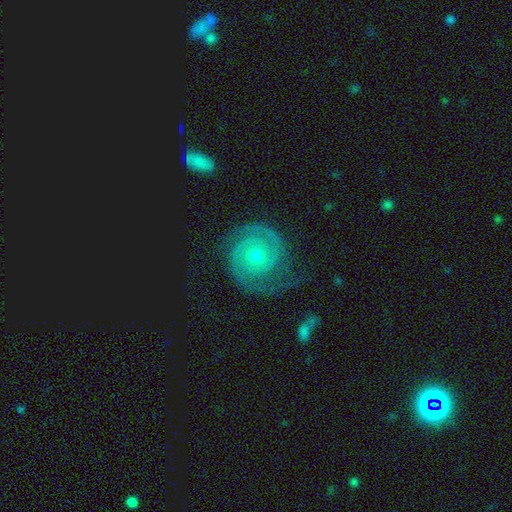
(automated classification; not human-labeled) Overall: featured or disk (88%). Edge-on disk: no (98%). Bar: no (71%). Spiral arms: yes (98%). Spiral arm count: 2 (83%). Spiral winding: tight (70%). Bulge size: moderate (56%; small 39%). Merging: none (73%).